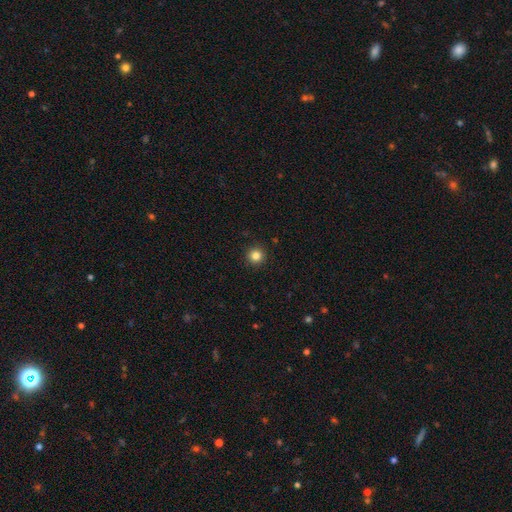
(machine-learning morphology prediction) type=smooth (83%); roundness=round (96%); merging=none (93%).